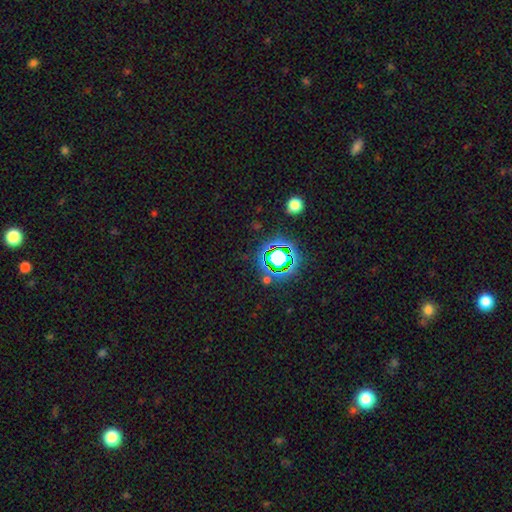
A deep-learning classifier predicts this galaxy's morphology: Overall: star or artifact (77%).